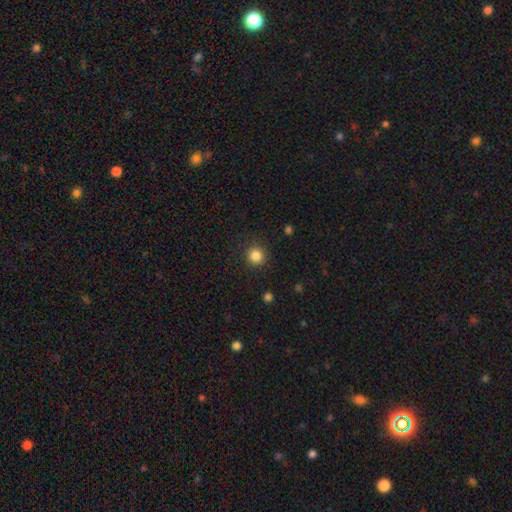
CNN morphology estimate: Overall: smooth (85%). How rounded: round (93%). Merging: none (90%).